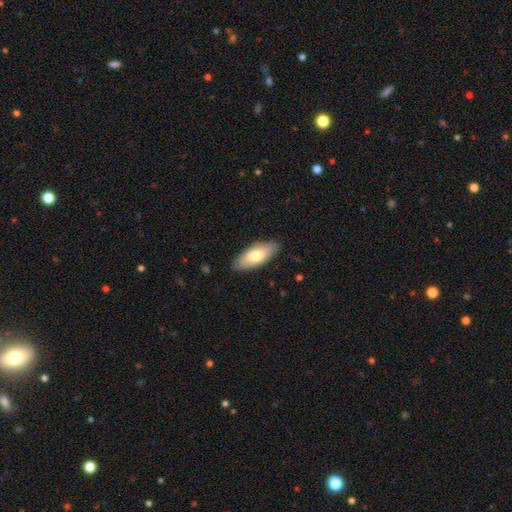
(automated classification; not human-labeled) The model was most divided on "smooth or featured": smooth: 72%, featured or disk: 23%, star or artifact: 5%. More confident: merging — none (85%); how rounded — in between (82%).